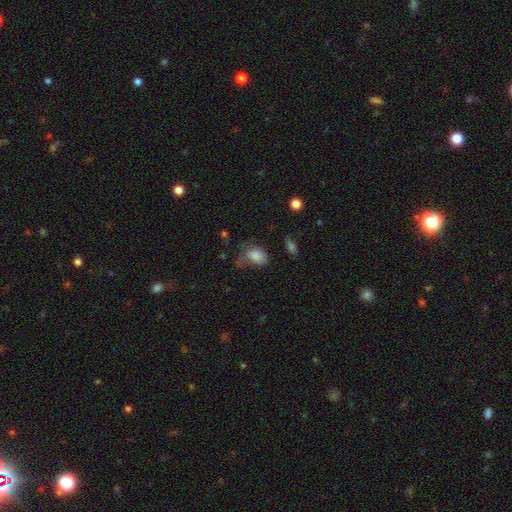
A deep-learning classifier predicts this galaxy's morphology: Smooth or featured? smooth (79%)
How rounded? in between (77%)
Merging? major disturbance (35%)